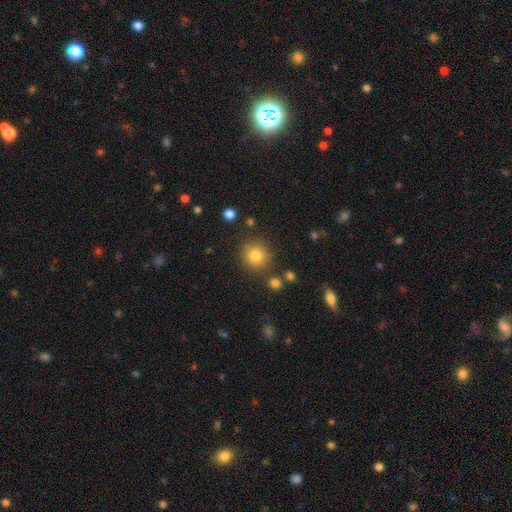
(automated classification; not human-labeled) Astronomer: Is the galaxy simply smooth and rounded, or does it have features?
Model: smooth — 82%.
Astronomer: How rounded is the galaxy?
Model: round — 92%.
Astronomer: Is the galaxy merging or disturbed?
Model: none — 84%.